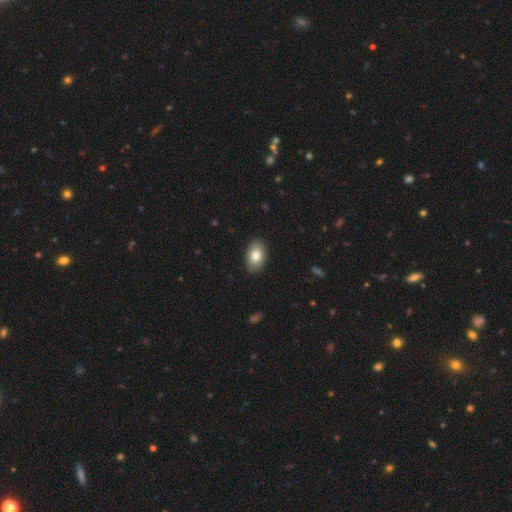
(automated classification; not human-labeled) smooth_or_featured: smooth (p=0.80) [alt: featured or disk p=0.12]
how_rounded: in between (p=0.88) [alt: round p=0.10]
merging: none (p=0.89) [alt: minor disturbance p=0.08]